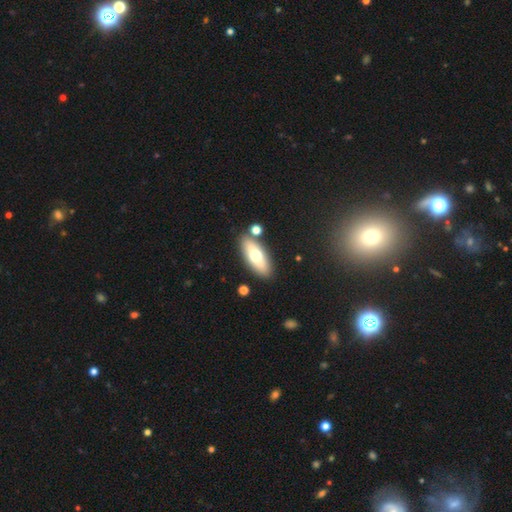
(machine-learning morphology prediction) This is likely a smooth galaxy (63%). How rounded: likely in between (73%). Merging: clearly none (81%).